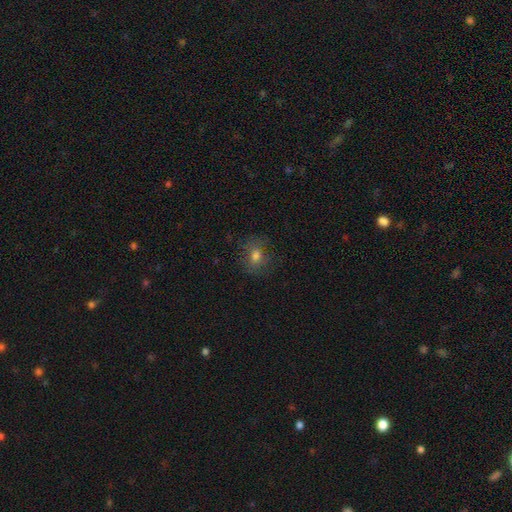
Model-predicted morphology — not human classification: Smooth or featured: smooth — 68% (star or artifact — 16%)
How rounded: round — 68% (in between — 31%)
Merging: none — 77% (minor disturbance — 15%)